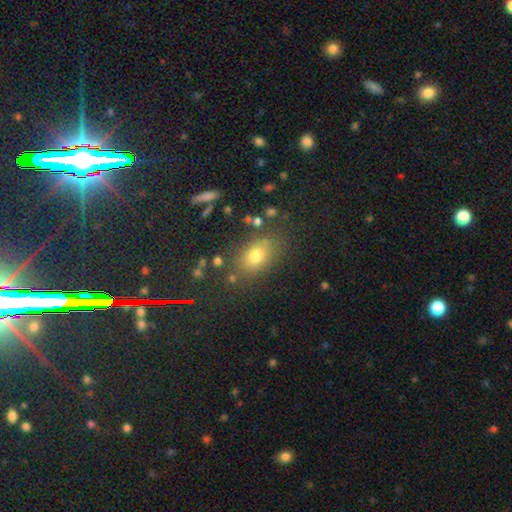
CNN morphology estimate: Smooth or featured? Predicted: smooth (p=0.74). How rounded? Predicted: in between (p=0.73). Merging? Predicted: none (p=0.77).